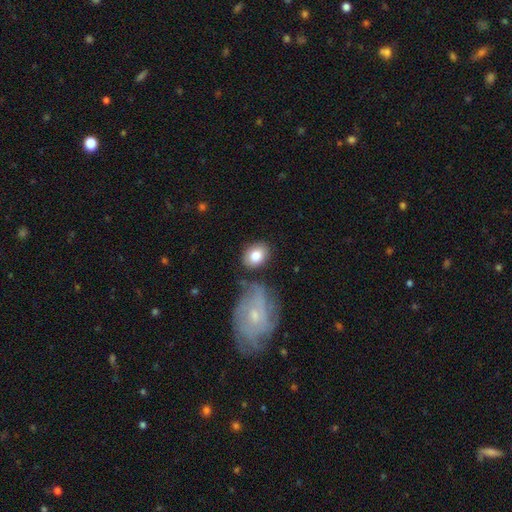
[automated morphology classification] A smooth galaxy with no disk features (82%) that is in between round and cigar-shaped (58%).

Vote fractions:
- Smooth or featured? smooth: 82% / featured or disk: 11% / star or artifact: 7%
- How rounded? in between: 58% / round: 41% / cigar-shaped: 1%
- Merging? none: 75% / minor disturbance: 12% / merger: 8% / major disturbance: 4%